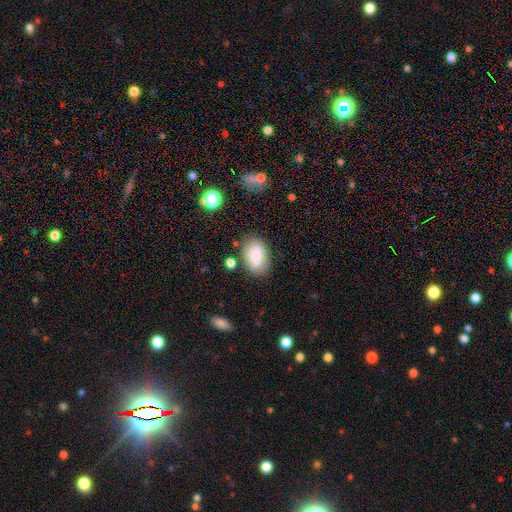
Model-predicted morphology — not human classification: type=smooth (75%); roundness=in between (88%); merging=none (76%).